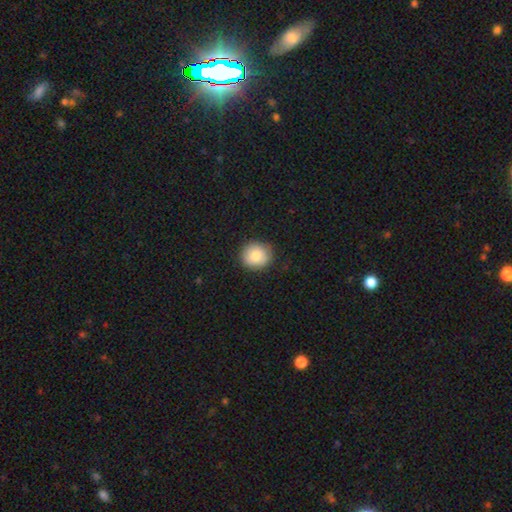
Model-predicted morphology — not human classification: type=smooth (82%); roundness=round (85%); merging=none (88%).